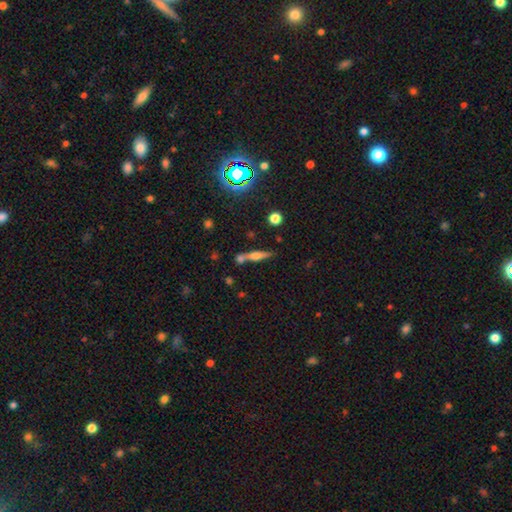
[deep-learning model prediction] Overall: featured or disk (55%; smooth 35%). Edge-on disk: yes (94%). Edge-on bulge: rounded (86%). Merging: none (64%).